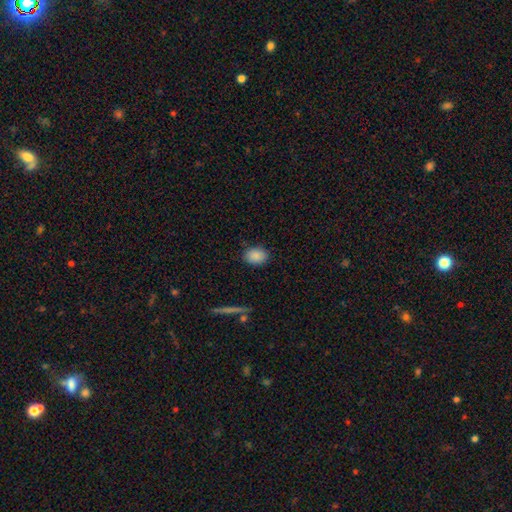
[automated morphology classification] Smooth or featured? smooth (88%)
How rounded? in between (69%)
Merging? none (86%)